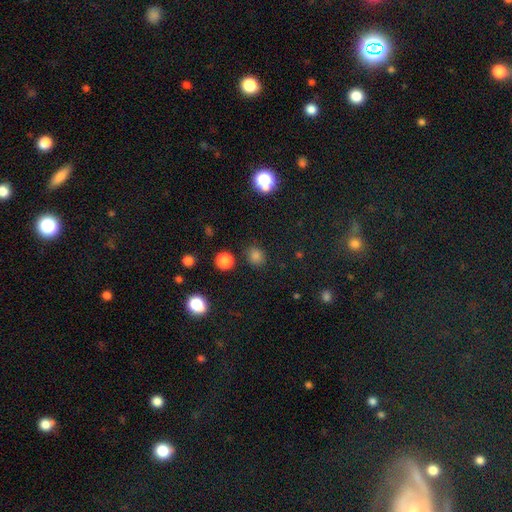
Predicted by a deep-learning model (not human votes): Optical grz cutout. It shows a smooth galaxy with no disk features (78%) that is round (73%). Merging: none (85%).